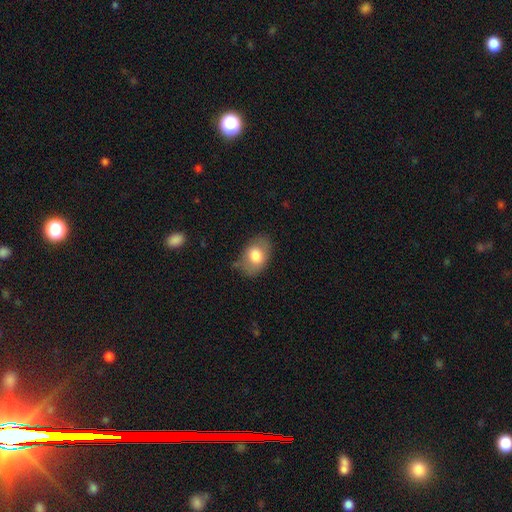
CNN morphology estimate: smooth-or-featured: smooth: 75% | featured or disk: 18% | star or artifact: 7%
  how-rounded: in between: 81% | round: 18% | cigar-shaped: 1%
  merging: none: 67% | minor disturbance: 24% | major disturbance: 7% | merger: 2%